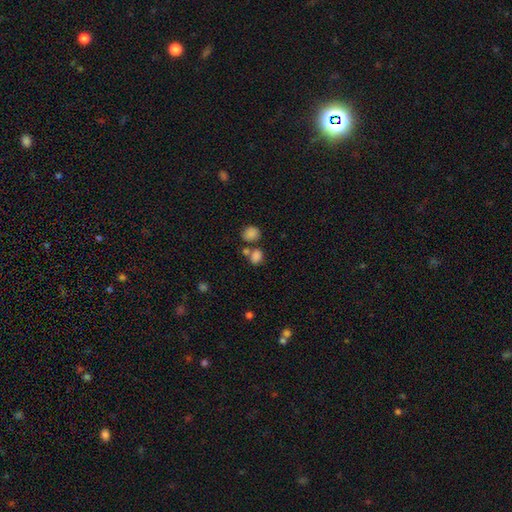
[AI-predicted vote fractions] This is clearly a smooth galaxy (81%). How rounded: possibly in between (51%). Merging: possibly none (46%).